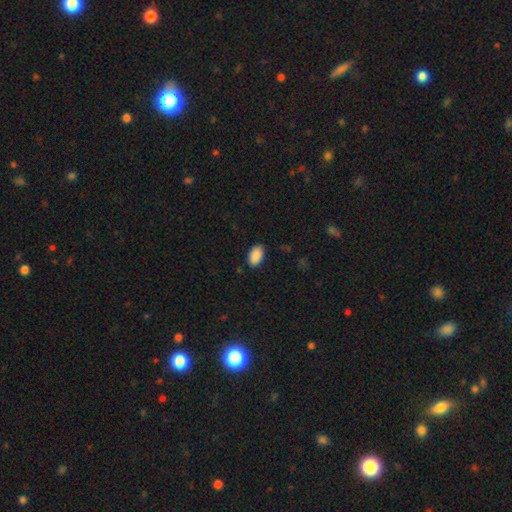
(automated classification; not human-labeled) Overall: smooth (90%). How rounded: in between (94%). Merging: none (86%).